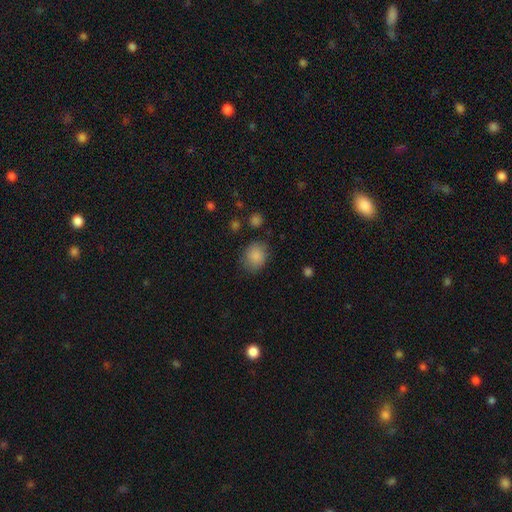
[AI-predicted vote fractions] smooth 86%, star or artifact 9%, featured or disk 5%. Down the decision tree: how rounded — round (59%); merging — none (77%).